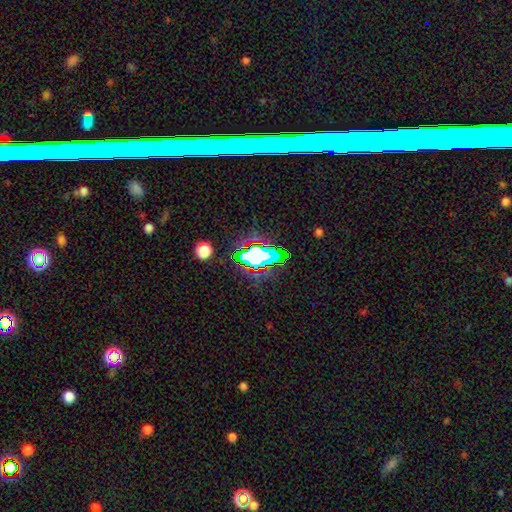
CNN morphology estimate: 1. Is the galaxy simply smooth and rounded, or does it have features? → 56% star or artifact, 28% smooth, 16% featured or disk.